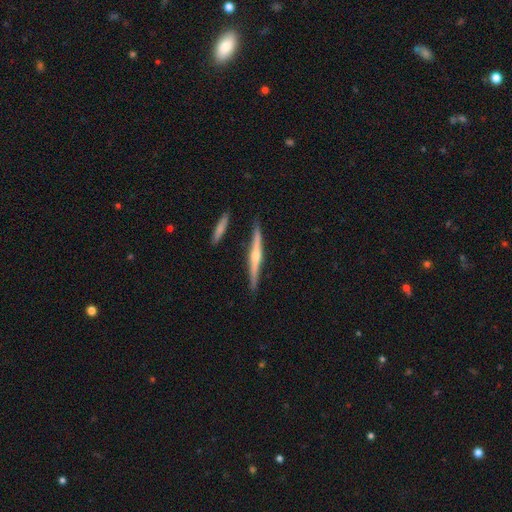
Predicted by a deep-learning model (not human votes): A featured or disk galaxy (75%) viewed edge-on (98%) with a rounded central bulge (84%).

Vote fractions:
- Smooth or featured? featured or disk: 75% / smooth: 20% / star or artifact: 5%
- Edge-on disk? yes: 98% / no: 2%
- Edge-on bulge? rounded: 84% / none: 10% / boxy: 6%
- Merging? none: 87% / minor disturbance: 8% / merger: 2% / major disturbance: 2%